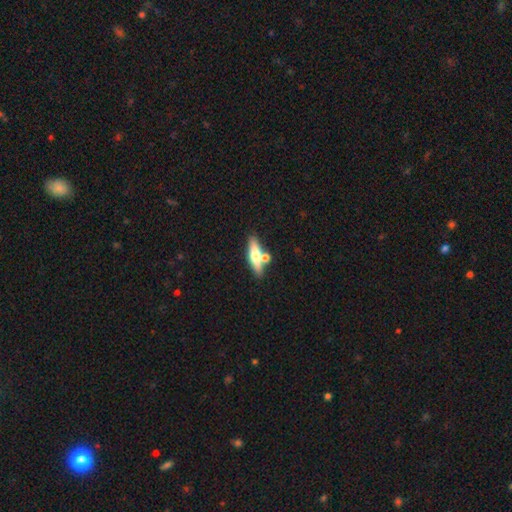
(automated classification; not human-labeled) A smooth galaxy with no disk features (49%).

Vote fractions:
- Smooth or featured? smooth: 49% / featured or disk: 44% / star or artifact: 7%
- Merging? none: 63% / merger: 23% / minor disturbance: 10% / major disturbance: 4%